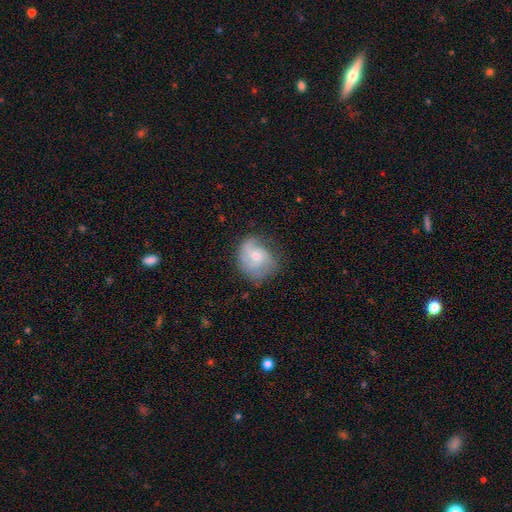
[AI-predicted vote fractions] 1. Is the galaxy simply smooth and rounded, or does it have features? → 63% featured or disk, 30% smooth, 8% star or artifact.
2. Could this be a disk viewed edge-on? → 98% no, 2% yes.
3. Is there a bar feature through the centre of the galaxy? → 71% no, 25% weak, 4% strong.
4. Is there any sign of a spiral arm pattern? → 85% yes, 15% no.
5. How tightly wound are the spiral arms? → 42% medium, 33% tight, 24% loose.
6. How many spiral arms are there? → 38% 2, 26% can't tell, 20% 3, 8% 1, 4% 4, 3% more than 4.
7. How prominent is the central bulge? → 55% small, 41% moderate, 2% none, 2% large, 1% dominant.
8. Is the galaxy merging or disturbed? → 59% none, 26% minor disturbance, 13% major disturbance, 2% merger.